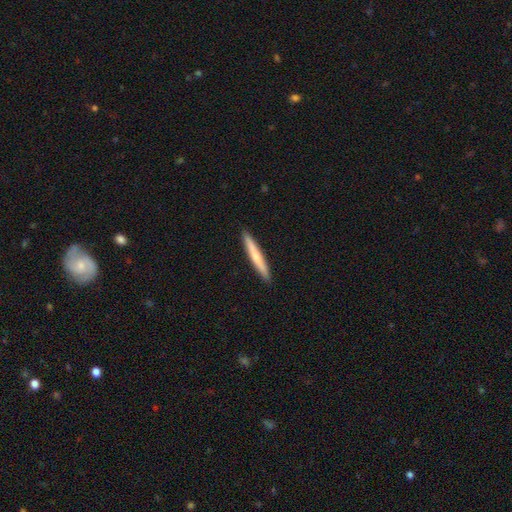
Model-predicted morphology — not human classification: This appears to be a smooth galaxy with no disk features (62%) that is cigar-shaped (96%). Merging: none (92%).